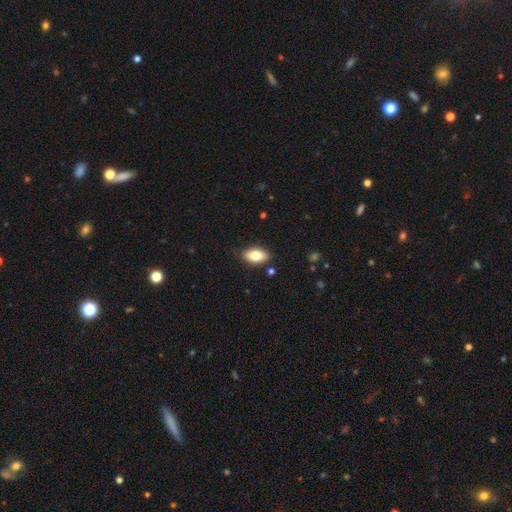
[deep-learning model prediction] Smooth or featured? Predicted: smooth (p=0.78). How rounded? Predicted: in between (p=0.90). Merging? Predicted: none (p=0.84).